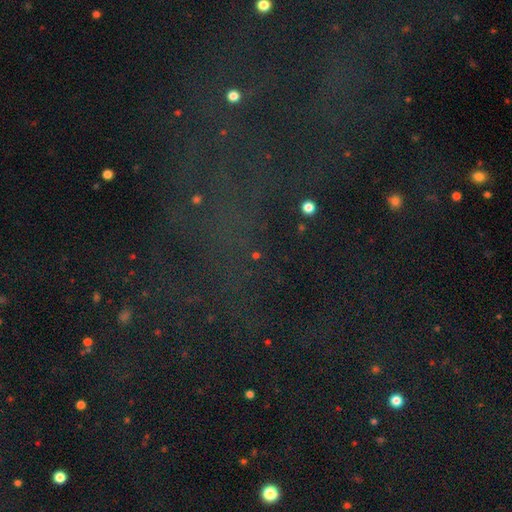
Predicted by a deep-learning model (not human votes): This appears to be a star or artifact, not a galaxy (73%).